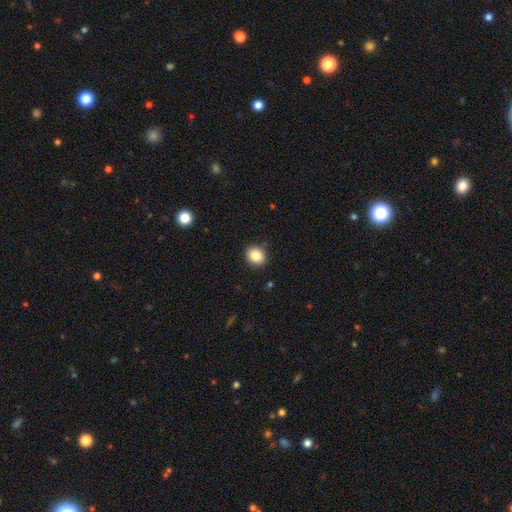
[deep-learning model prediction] smooth_or_featured: smooth (p=0.85) [alt: star or artifact p=0.10]
how_rounded: round (p=0.69) [alt: in between p=0.30]
merging: none (p=0.89) [alt: minor disturbance p=0.07]